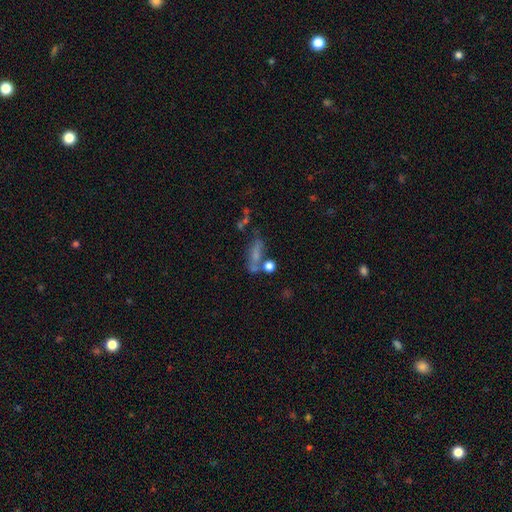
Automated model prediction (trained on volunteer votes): Morphology: type=smooth (50%); roundness=in between (46%); merging=none (49%).